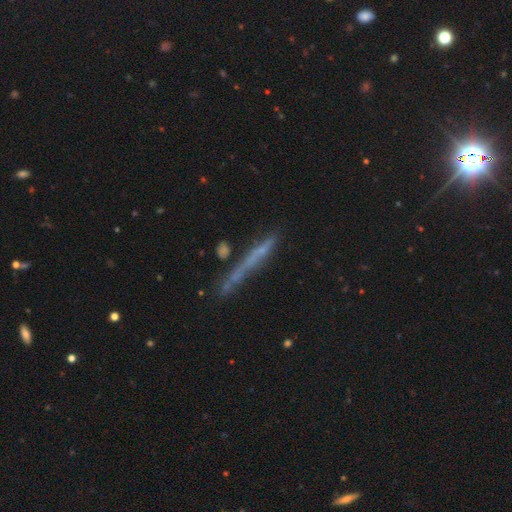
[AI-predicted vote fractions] Q: Smooth or featured?
A: featured or disk (45%); runner-up: smooth (42%)
Q: Merging?
A: none (59%); runner-up: minor disturbance (20%)